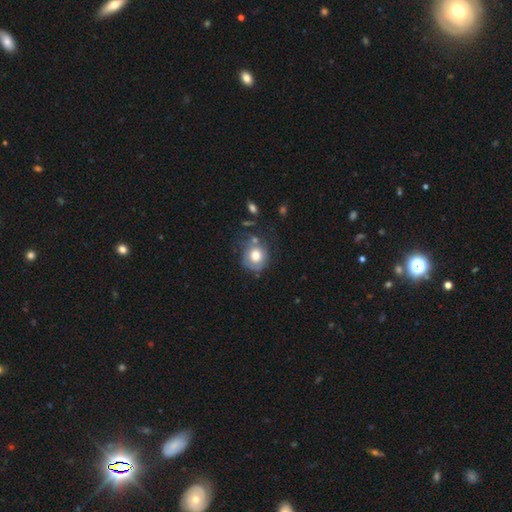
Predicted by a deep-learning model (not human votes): Q: Smooth or featured?
A: smooth (65%); runner-up: featured or disk (26%)
Q: How rounded?
A: round (74%); runner-up: in between (25%)
Q: Merging?
A: none (52%); runner-up: minor disturbance (26%)